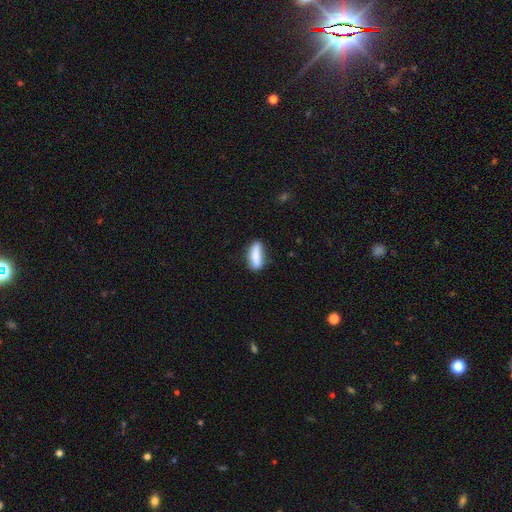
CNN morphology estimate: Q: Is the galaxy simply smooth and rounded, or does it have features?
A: smooth — 79%.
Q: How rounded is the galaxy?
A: in between — 53%.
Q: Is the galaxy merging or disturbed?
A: none — 68%.